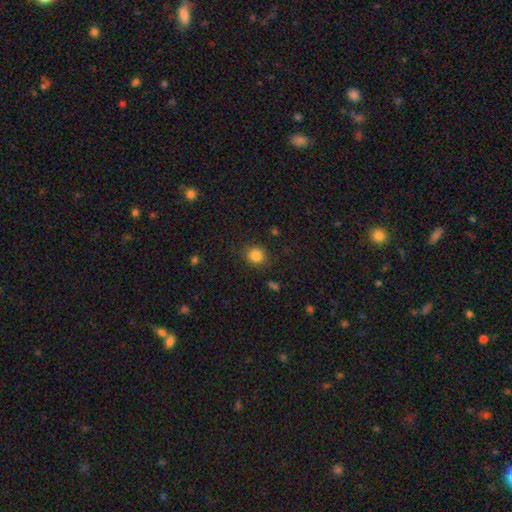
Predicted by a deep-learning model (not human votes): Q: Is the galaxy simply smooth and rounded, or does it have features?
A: smooth — 84%.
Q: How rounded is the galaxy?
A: round — 86%.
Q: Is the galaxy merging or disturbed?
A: none — 86%.